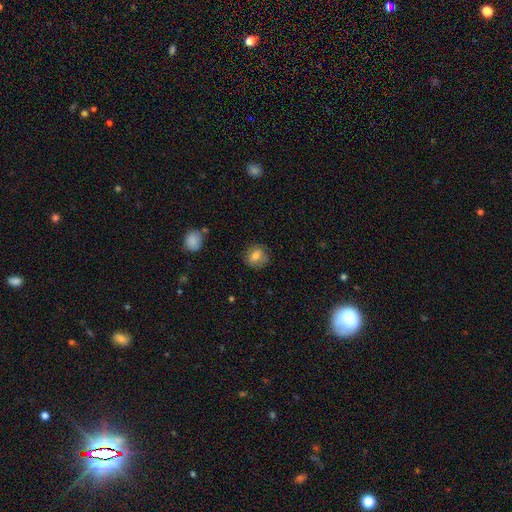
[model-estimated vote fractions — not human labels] Q: Smooth or featured?
A: smooth (76%); runner-up: featured or disk (14%)
Q: How rounded?
A: round (73%); runner-up: in between (26%)
Q: Merging?
A: none (78%); runner-up: minor disturbance (16%)